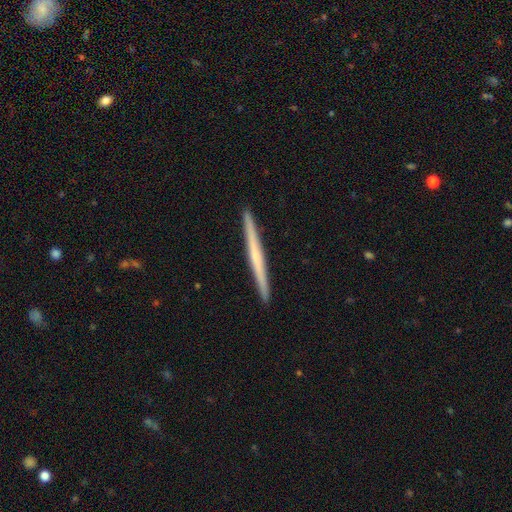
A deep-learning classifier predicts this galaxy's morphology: smooth_or_featured: featured or disk (p=0.56) [alt: smooth p=0.38]
disk_edge_on: yes (p=0.98) [alt: no p=0.02]
edge_on_bulge: none (p=0.71) [alt: rounded p=0.24]
merging: none (p=0.93) [alt: minor disturbance p=0.05]